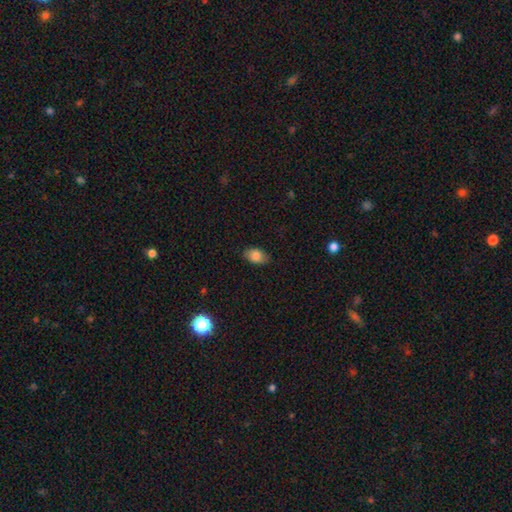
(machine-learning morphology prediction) The model was most divided on "merging": none: 82%, minor disturbance: 14%, major disturbance: 3%, merger: 1%. More confident: how rounded — in between (87%); smooth or featured — smooth (83%).